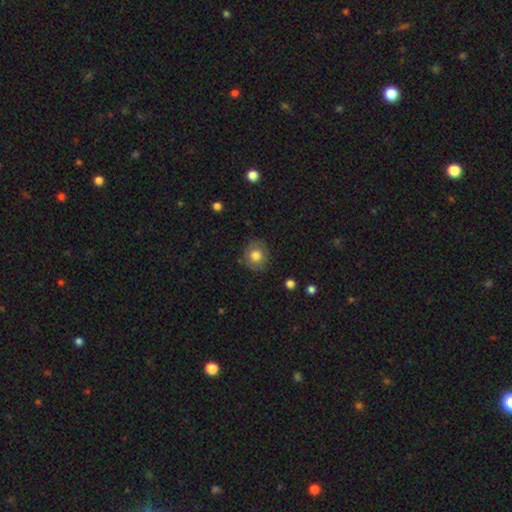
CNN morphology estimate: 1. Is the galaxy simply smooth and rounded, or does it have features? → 79% smooth, 11% featured or disk, 10% star or artifact.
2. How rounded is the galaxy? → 83% round, 17% in between, 1% cigar-shaped.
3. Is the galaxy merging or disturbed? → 84% none, 12% minor disturbance, 3% major disturbance, 1% merger.